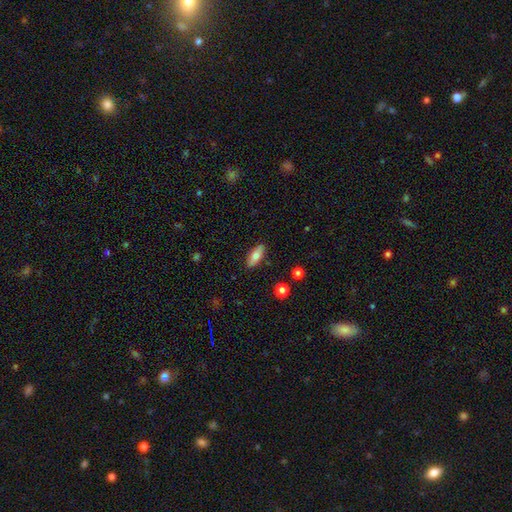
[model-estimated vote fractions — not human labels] This is likely a smooth galaxy (74%). How rounded: likely in between (72%). Merging: clearly none (88%).